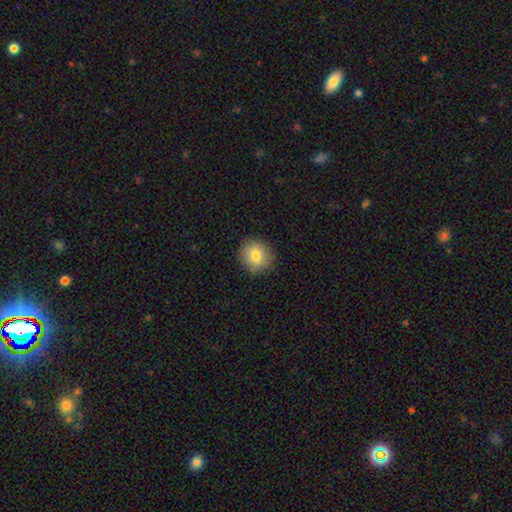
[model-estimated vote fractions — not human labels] smooth 81%, featured or disk 10%, star or artifact 9%. Down the decision tree: how rounded — round (86%); merging — none (87%).